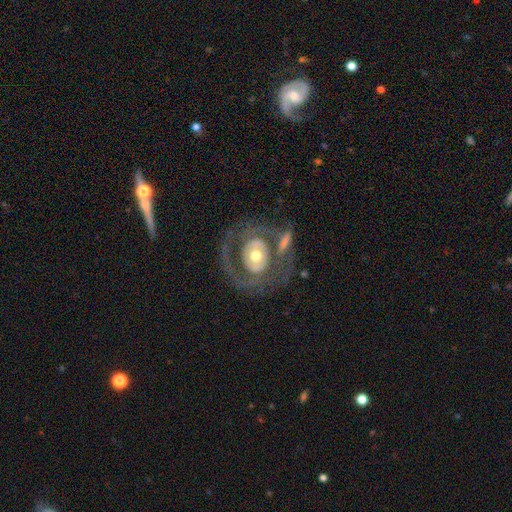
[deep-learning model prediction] This appears to be a featured or disk galaxy (75%) with no bar (72%), spiral arms (61%) and a moderate central bulge (69%). Merging: none (54%).